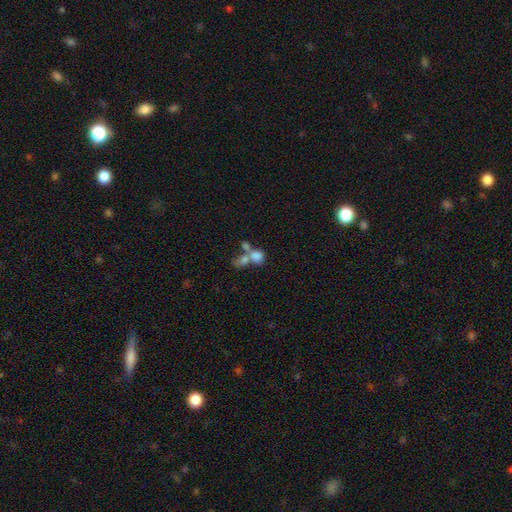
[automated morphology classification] smooth_or_featured: smooth (p=0.72) [alt: featured or disk p=0.17]
how_rounded: round (p=0.53) [alt: in between p=0.44]
merging: merger (p=0.64) [alt: none p=0.21]